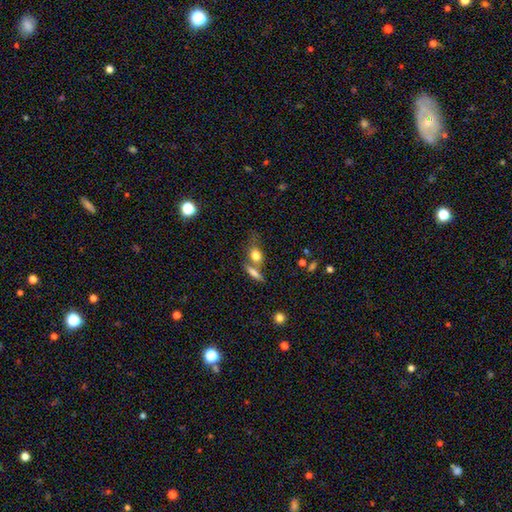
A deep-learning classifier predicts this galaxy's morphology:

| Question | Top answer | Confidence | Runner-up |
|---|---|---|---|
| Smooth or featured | smooth | 75% | featured or disk (15%) |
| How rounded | in between | 57% | round (28%) |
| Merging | none | 45% | merger (35%) |